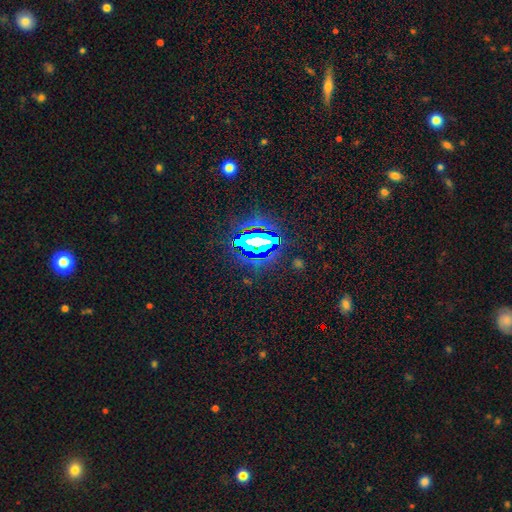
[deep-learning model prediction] This appears to be a star or artifact, not a galaxy (75%).